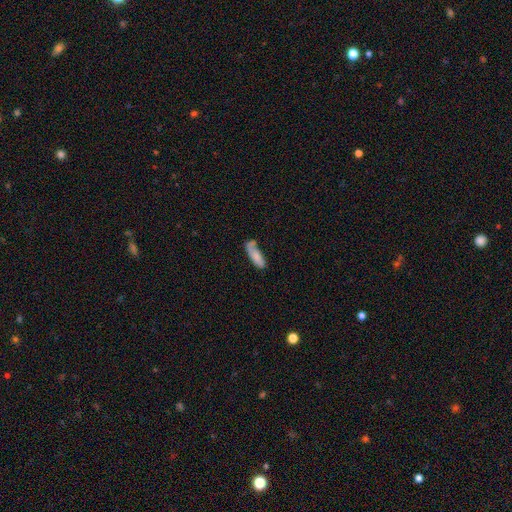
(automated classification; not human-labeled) Morphology: type=smooth (74%); roundness=in between (57%); merging=none (43%).